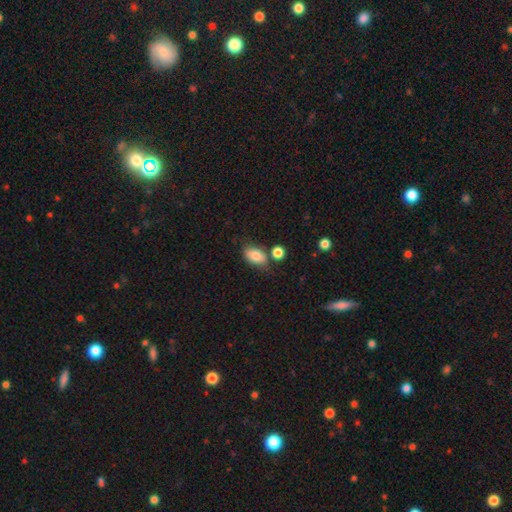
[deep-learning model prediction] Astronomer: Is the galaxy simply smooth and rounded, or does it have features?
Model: smooth — 83%.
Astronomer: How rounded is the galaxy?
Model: in between — 88%.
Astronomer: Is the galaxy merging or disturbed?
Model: none — 63%.